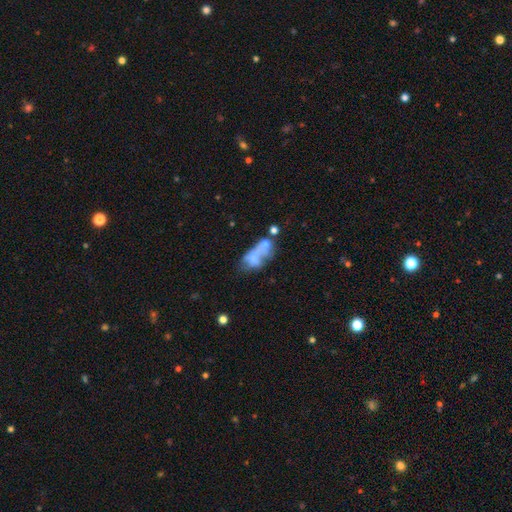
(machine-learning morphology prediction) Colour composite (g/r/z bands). It shows a smooth galaxy with no disk features (48%). Merging: merger (41%).